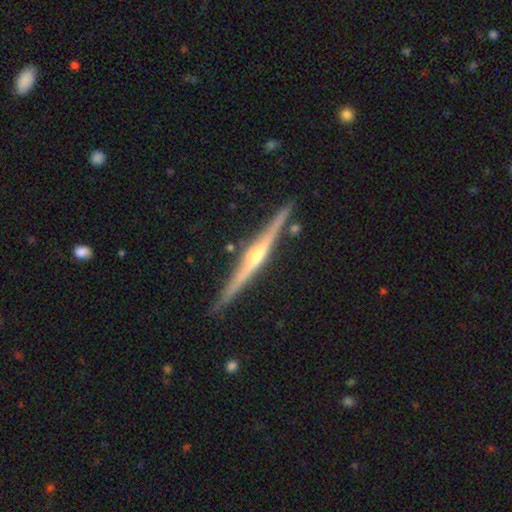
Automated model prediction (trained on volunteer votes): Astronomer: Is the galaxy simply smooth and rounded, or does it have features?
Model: featured or disk — 85%.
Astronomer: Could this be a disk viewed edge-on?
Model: yes — 98%.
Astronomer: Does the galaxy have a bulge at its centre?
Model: rounded — 86%.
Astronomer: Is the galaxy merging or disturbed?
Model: none — 89%.